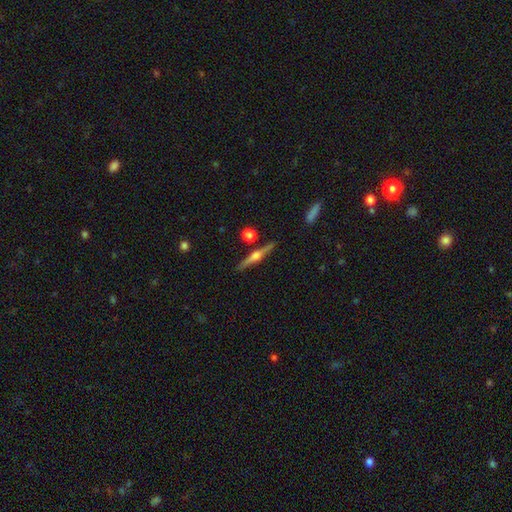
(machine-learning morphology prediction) This appears to be a featured or disk galaxy (75%) viewed edge-on (98%) with a rounded central bulge (93%). Merging: none (87%).